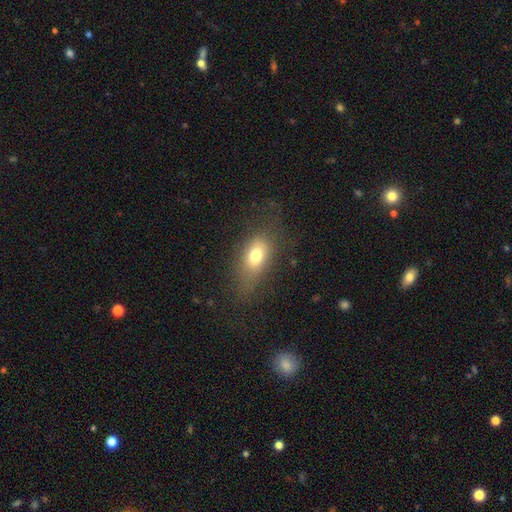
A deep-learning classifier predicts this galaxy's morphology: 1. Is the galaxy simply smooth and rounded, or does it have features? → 72% smooth, 17% featured or disk, 12% star or artifact.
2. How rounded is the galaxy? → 79% in between, 16% round, 5% cigar-shaped.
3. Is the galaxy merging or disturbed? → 64% none, 20% minor disturbance, 14% major disturbance, 2% merger.